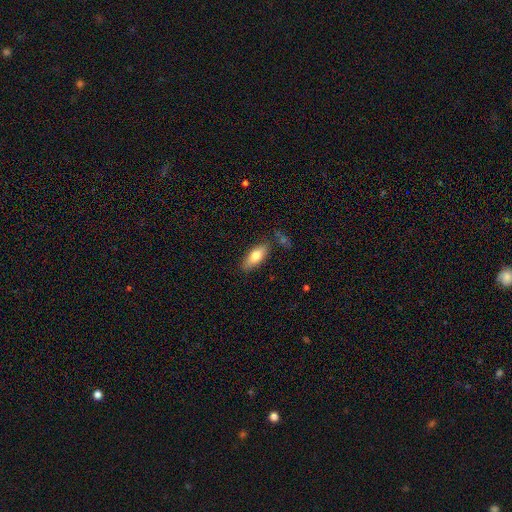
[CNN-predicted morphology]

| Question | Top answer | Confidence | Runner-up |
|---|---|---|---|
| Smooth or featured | smooth | 73% | featured or disk (21%) |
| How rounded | in between | 77% | cigar-shaped (21%) |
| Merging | none | 80% | minor disturbance (13%) |